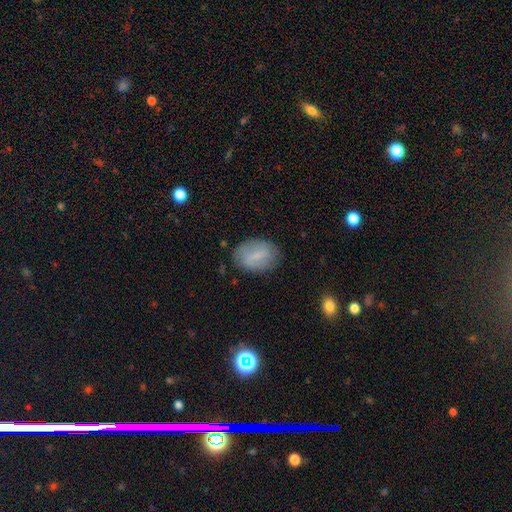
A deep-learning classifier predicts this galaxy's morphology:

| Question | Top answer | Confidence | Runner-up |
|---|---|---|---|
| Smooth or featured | smooth | 62% | featured or disk (31%) |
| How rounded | in between | 80% | round (19%) |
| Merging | none | 80% | minor disturbance (15%) |